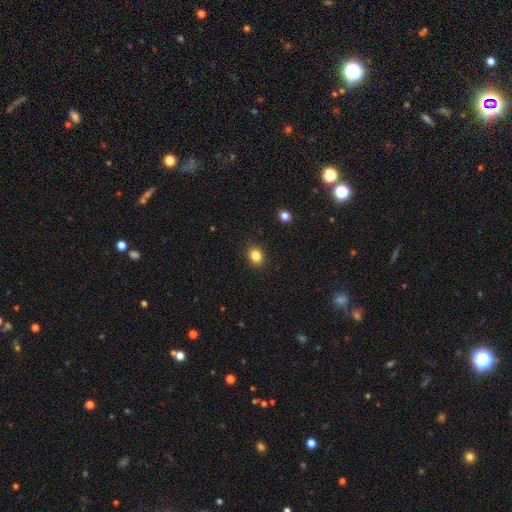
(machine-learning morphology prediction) type=smooth (84%); roundness=round (60%); merging=none (90%).